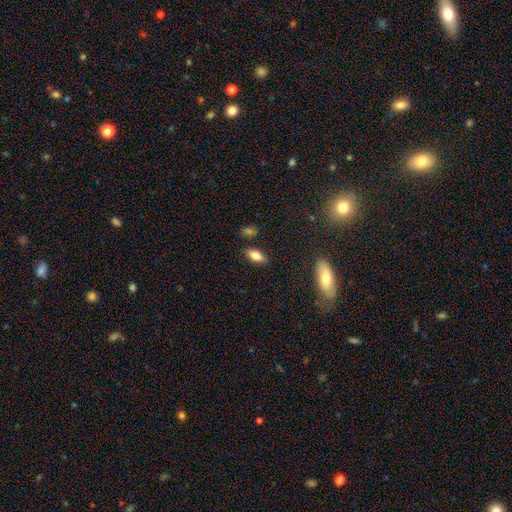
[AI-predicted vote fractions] A smooth galaxy with no disk features (74%) that is in between round and cigar-shaped (81%).

Vote fractions:
- Smooth or featured? smooth: 74% / featured or disk: 18% / star or artifact: 8%
- How rounded? in between: 81% / cigar-shaped: 16% / round: 3%
- Merging? none: 84% / minor disturbance: 11% / merger: 3% / major disturbance: 3%